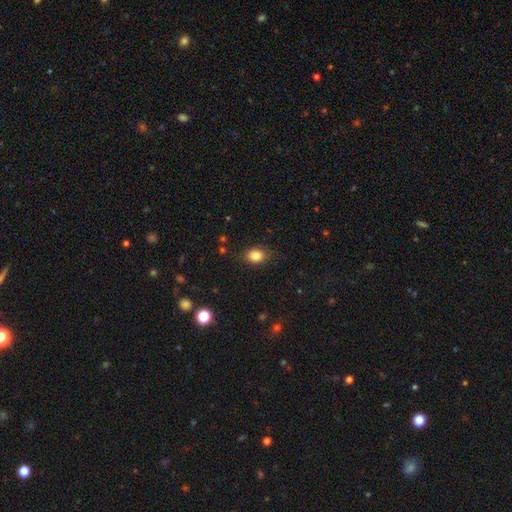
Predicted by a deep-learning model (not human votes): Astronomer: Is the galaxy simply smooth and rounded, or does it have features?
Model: smooth — 84%.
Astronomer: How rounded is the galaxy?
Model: in between — 50% (runner-up: round, 49%).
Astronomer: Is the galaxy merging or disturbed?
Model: none — 80%.